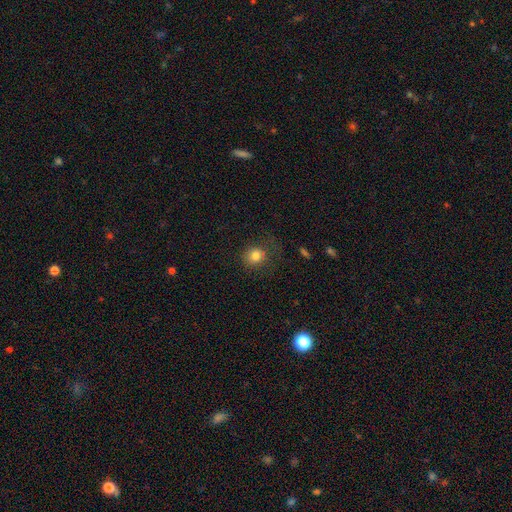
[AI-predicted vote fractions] Q: Smooth or featured?
A: smooth (81%); runner-up: star or artifact (12%)
Q: How rounded?
A: round (83%); runner-up: in between (16%)
Q: Merging?
A: none (71%); runner-up: minor disturbance (17%)